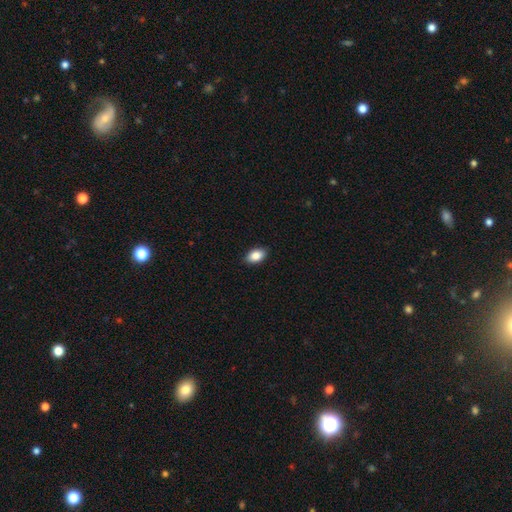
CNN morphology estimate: Q: Smooth or featured?
A: smooth (87%); runner-up: star or artifact (7%)
Q: How rounded?
A: in between (91%); runner-up: round (7%)
Q: Merging?
A: none (89%); runner-up: minor disturbance (9%)